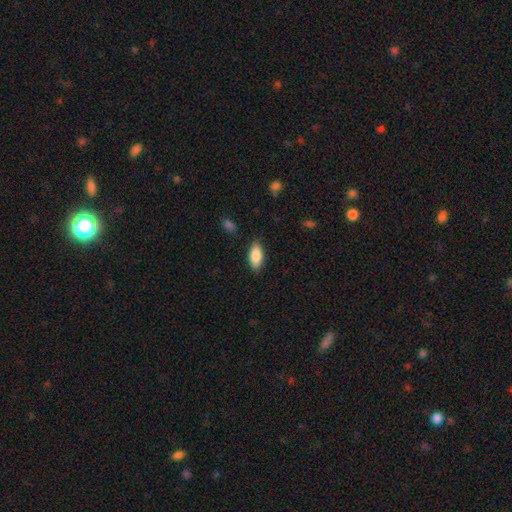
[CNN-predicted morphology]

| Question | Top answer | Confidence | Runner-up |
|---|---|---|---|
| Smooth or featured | smooth | 87% | featured or disk (7%) |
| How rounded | in between | 89% | cigar-shaped (9%) |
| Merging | none | 86% | minor disturbance (10%) |